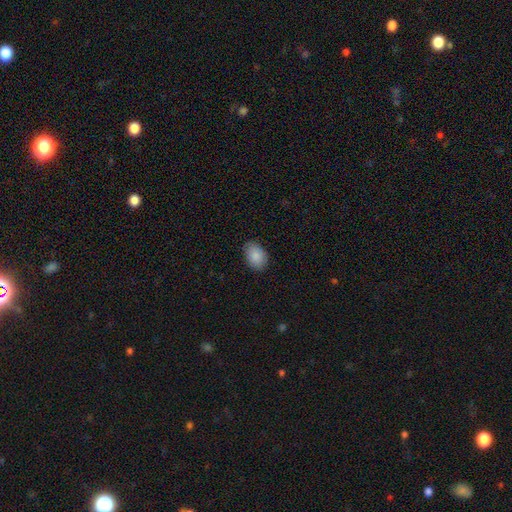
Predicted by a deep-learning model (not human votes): smooth 88%, star or artifact 7%, featured or disk 5%. Down the decision tree: how rounded — in between (85%); merging — none (83%).